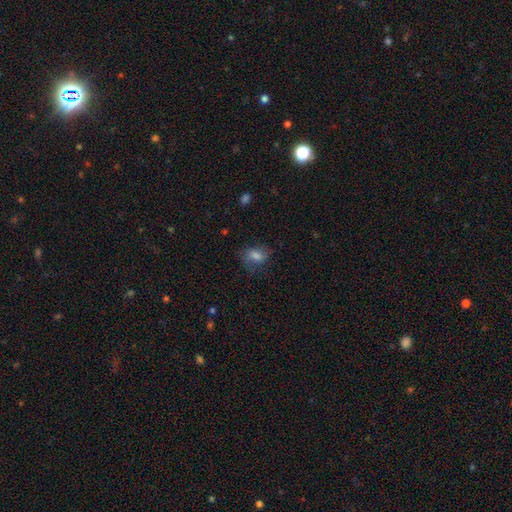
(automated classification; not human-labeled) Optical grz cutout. It shows a smooth galaxy with no disk features (75%) that is in between round and cigar-shaped (76%). Merging: none (62%).